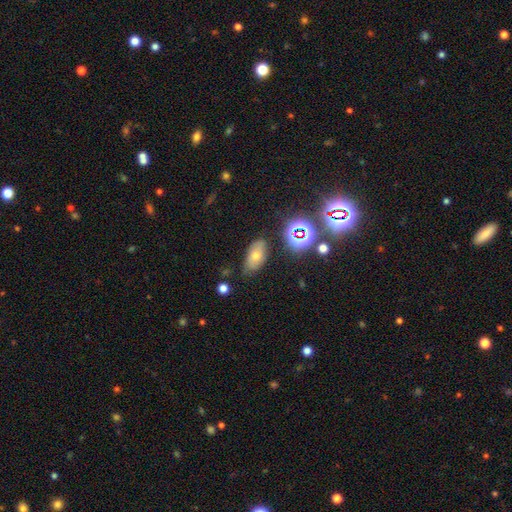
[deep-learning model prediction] Overall: smooth (49%; star or artifact 29%). Merging: none (77%).